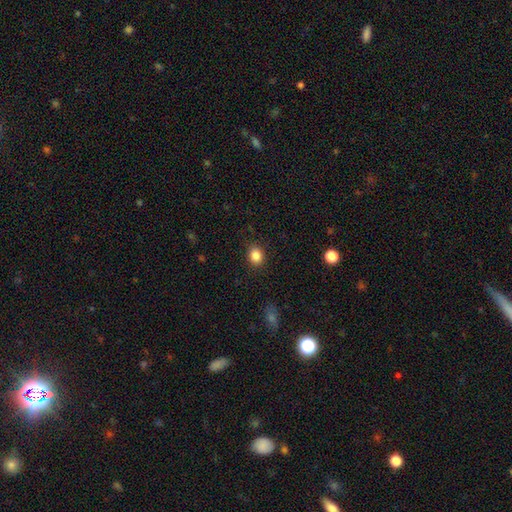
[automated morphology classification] Overall: smooth (86%). How rounded: round (54%; in between 45%). Merging: none (87%).